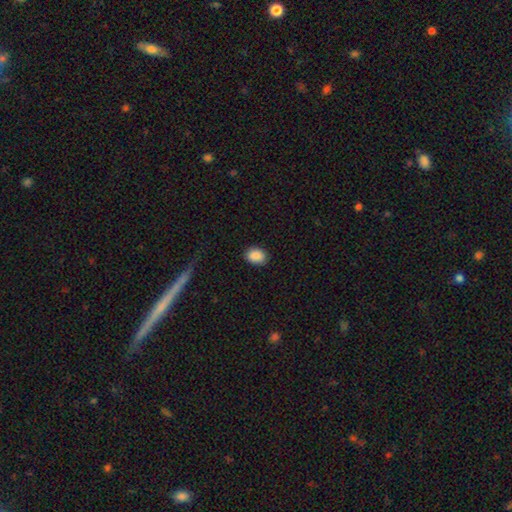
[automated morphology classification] A smooth galaxy with no disk features (89%) that is in between round and cigar-shaped (69%). Merging: none (85%).